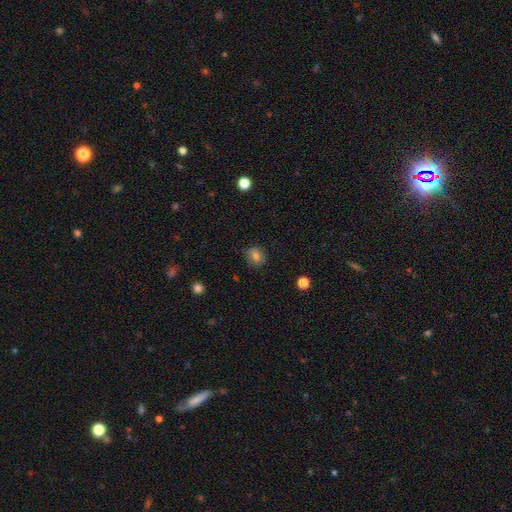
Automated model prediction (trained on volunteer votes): This appears to be a smooth galaxy with no disk features (76%) that is round (62%). Merging: none (79%).